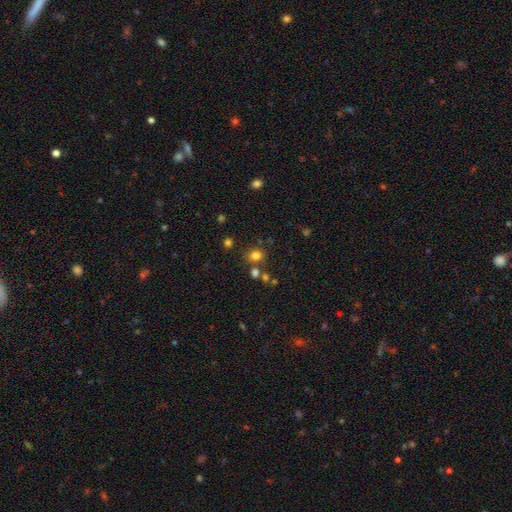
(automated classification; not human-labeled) Smooth or featured?
  - smooth: 78% *
  - star or artifact: 16%
  - featured or disk: 6%
How rounded?
  - round: 67% *
  - in between: 32%
  - cigar-shaped: 1%
Merging?
  - none: 76% *
  - merger: 10%
  - minor disturbance: 10%
  - major disturbance: 4%